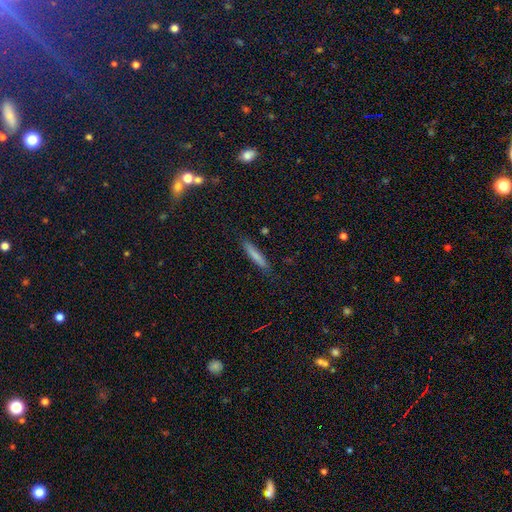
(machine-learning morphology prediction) The model was most divided on "smooth or featured": smooth: 77%, featured or disk: 16%, star or artifact: 7%. More confident: how rounded — cigar-shaped (91%); merging — none (86%).